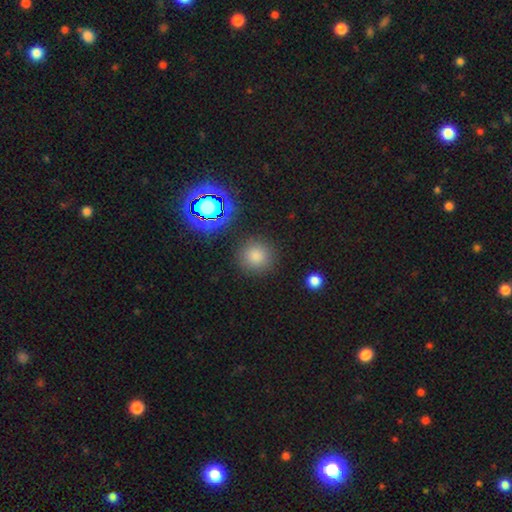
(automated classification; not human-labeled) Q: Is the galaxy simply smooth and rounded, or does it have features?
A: smooth — 75%.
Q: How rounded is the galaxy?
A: round — 94%.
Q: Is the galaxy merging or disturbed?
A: none — 89%.